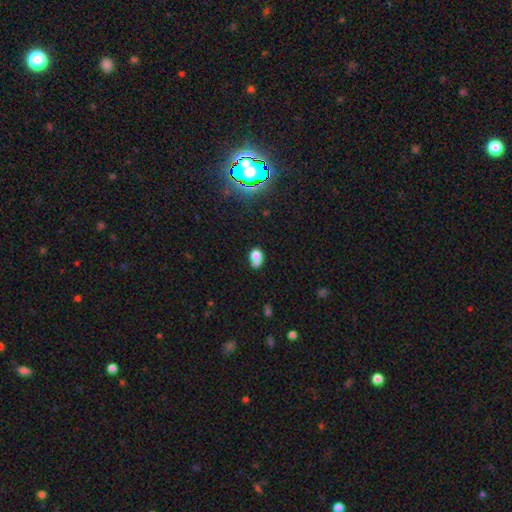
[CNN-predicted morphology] smooth_or_featured: smooth (p=0.71) [alt: featured or disk p=0.15]
how_rounded: in between (p=0.54) [alt: round p=0.44]
merging: merger (p=0.41) [alt: none p=0.30]